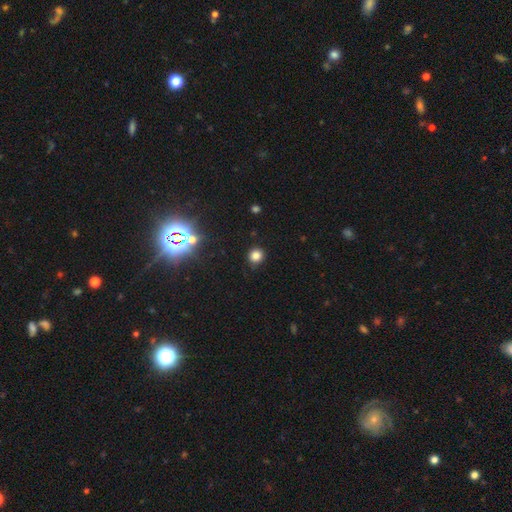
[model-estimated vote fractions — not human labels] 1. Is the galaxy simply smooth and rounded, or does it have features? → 79% smooth, 17% star or artifact, 5% featured or disk.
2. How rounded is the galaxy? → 89% round, 10% in between, 1% cigar-shaped.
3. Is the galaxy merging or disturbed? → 88% none, 8% minor disturbance, 2% major disturbance, 2% merger.